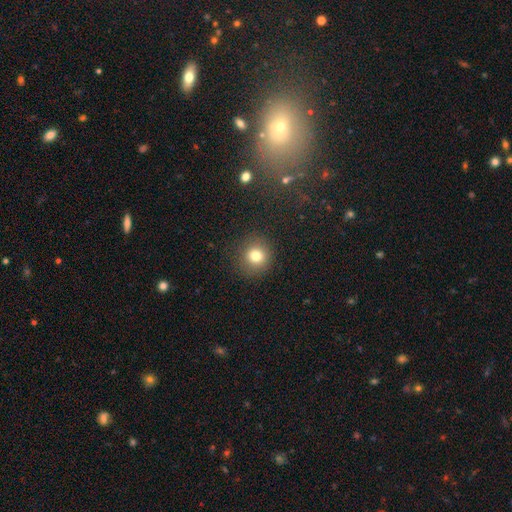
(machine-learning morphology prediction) A smooth galaxy with no disk features (79%) that is round (91%). Merging: none (89%).